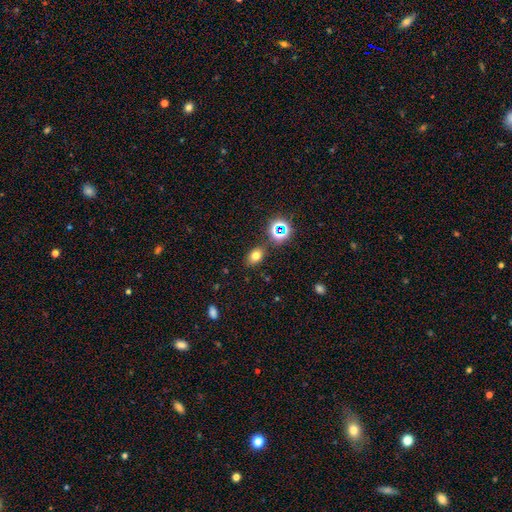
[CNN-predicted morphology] A smooth galaxy with no disk features (70%) that is in between round and cigar-shaped (73%). Merging: none (82%).